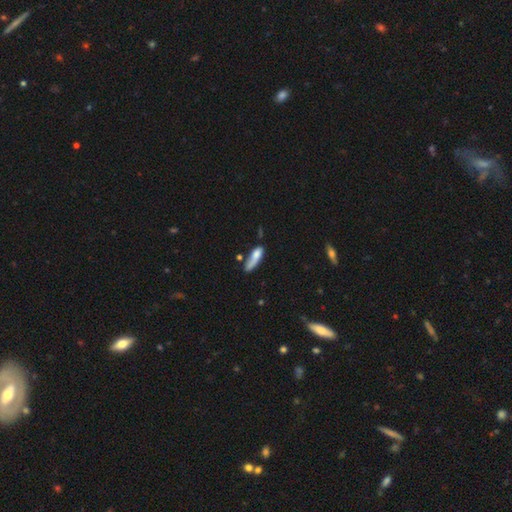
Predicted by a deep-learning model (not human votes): Smooth or featured: smooth — 73% (featured or disk — 20%)
How rounded: cigar-shaped — 60% (in between — 37%)
Merging: none — 38% (minor disturbance — 29%)